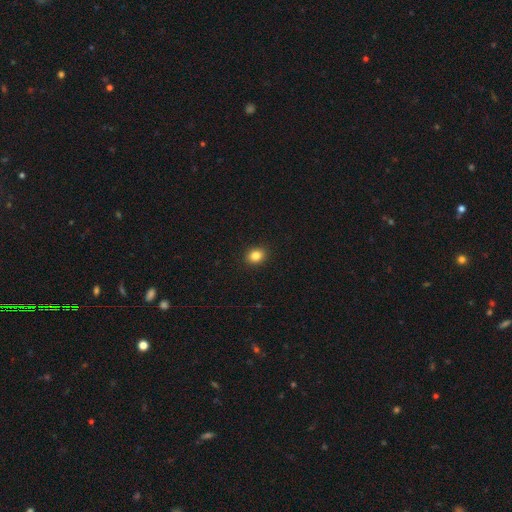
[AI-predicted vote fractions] Smooth or featured? smooth (84%)
How rounded? round (57%)
Merging? none (92%)